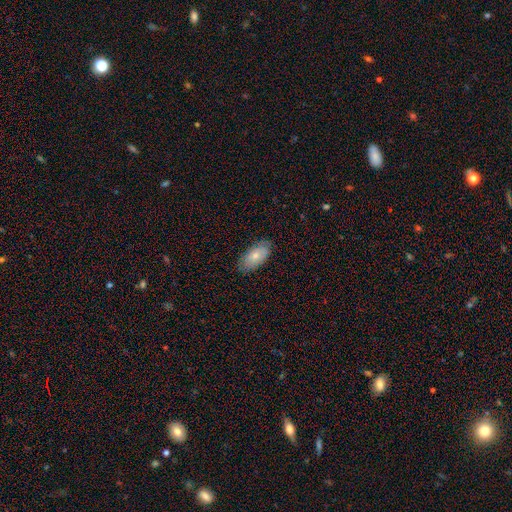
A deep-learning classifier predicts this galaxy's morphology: Overall: smooth (70%). How rounded: in between (93%). Merging: none (82%).